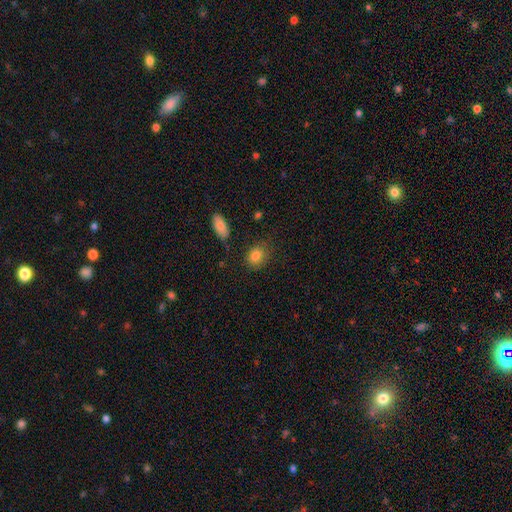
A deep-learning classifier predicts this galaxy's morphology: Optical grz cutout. It shows a smooth galaxy with no disk features (85%) that is in between round and cigar-shaped (58%). Merging: none (68%).